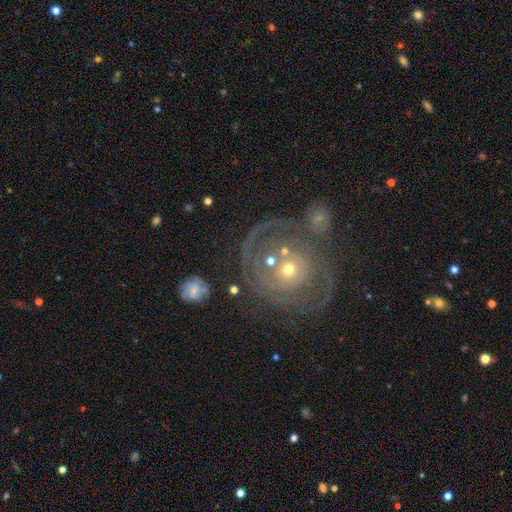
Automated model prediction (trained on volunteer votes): Smooth or featured? Predicted: featured or disk (p=0.80). Edge-on disk? Predicted: no (p=0.97). Bar? Predicted: no (p=0.69). Spiral arms? Predicted: yes (p=0.91). Spiral winding? Predicted: tight (p=0.66). Spiral arm count? Predicted: 2 (p=0.37). Bulge size? Predicted: small (p=0.58). Merging? Predicted: none (p=0.57).